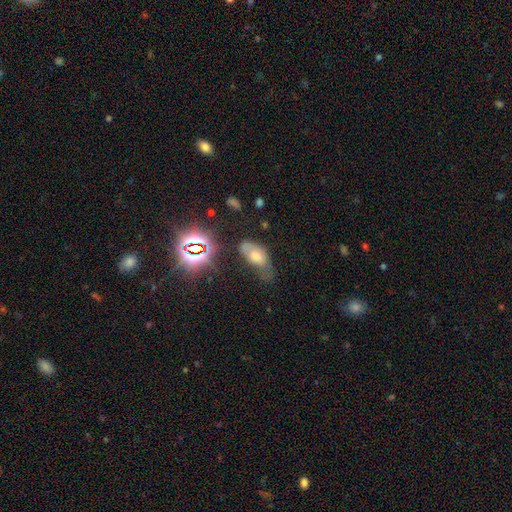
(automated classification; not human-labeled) This appears to be a smooth galaxy with no disk features (51%) that is in between round and cigar-shaped (88%). Merging: minor disturbance (36%).